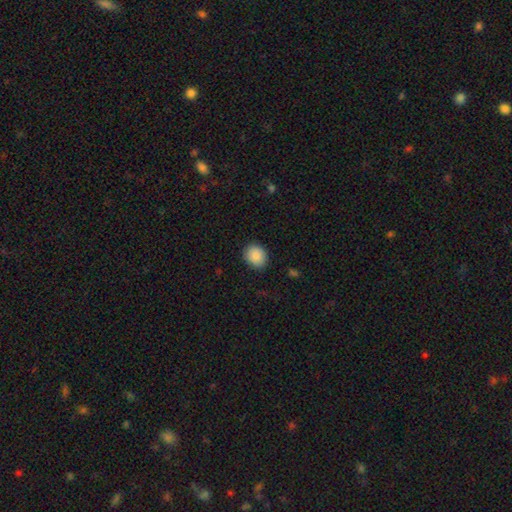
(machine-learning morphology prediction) A smooth galaxy with no disk features (89%) that is round (65%).

Vote fractions:
- Smooth or featured? smooth: 89% / star or artifact: 8% / featured or disk: 4%
- How rounded? round: 65% / in between: 34% / cigar-shaped: 1%
- Merging? none: 88% / minor disturbance: 8% / major disturbance: 2% / merger: 1%